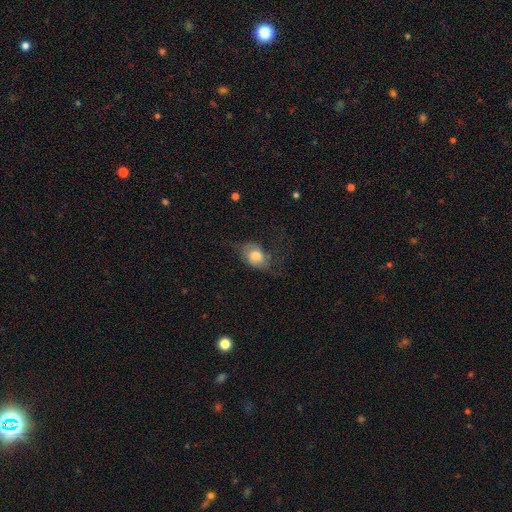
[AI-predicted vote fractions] Smooth or featured? smooth (62%)
How rounded? in between (64%)
Merging? none (40%)